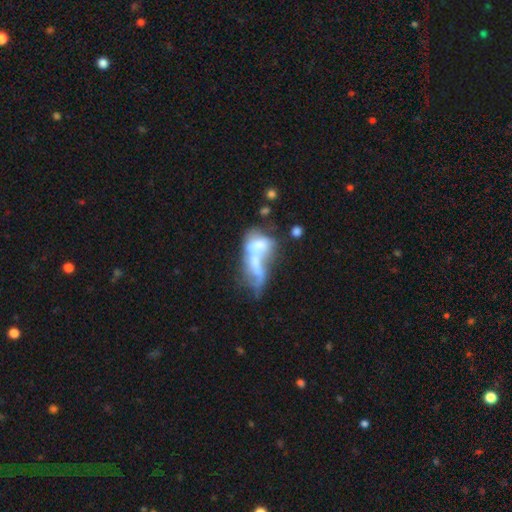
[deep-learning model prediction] The model was most divided on "smooth or featured": featured or disk: 52%, smooth: 35%, star or artifact: 13%. More confident: edge-on disk — no (89%); merging — merger (54%).